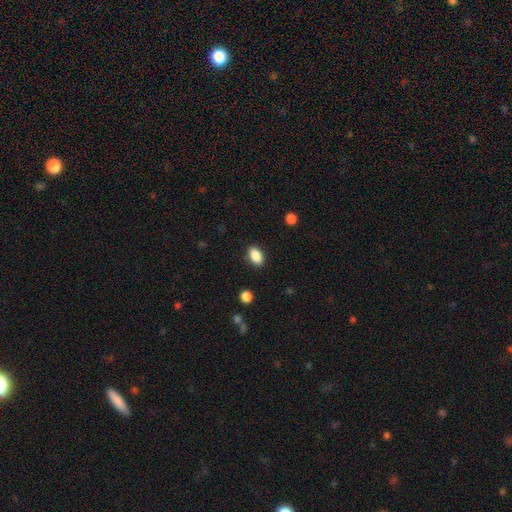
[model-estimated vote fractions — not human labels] Morphology: type=smooth (88%); roundness=in between (89%); merging=none (88%).